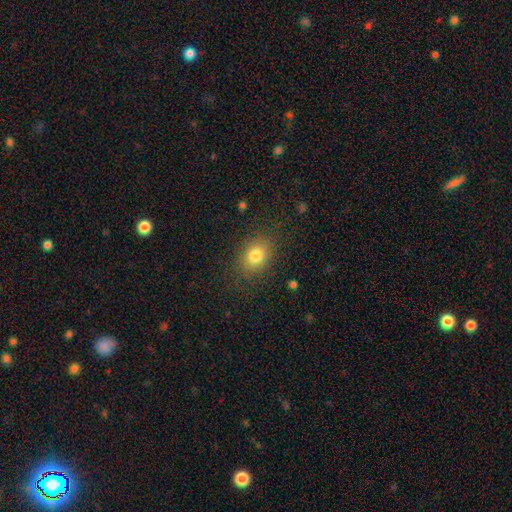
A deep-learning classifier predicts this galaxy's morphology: Smooth or featured?
  - smooth: 80% *
  - star or artifact: 11%
  - featured or disk: 9%
How rounded?
  - in between: 63% *
  - round: 36%
  - cigar-shaped: 1%
Merging?
  - none: 82% *
  - minor disturbance: 12%
  - major disturbance: 5%
  - merger: 1%